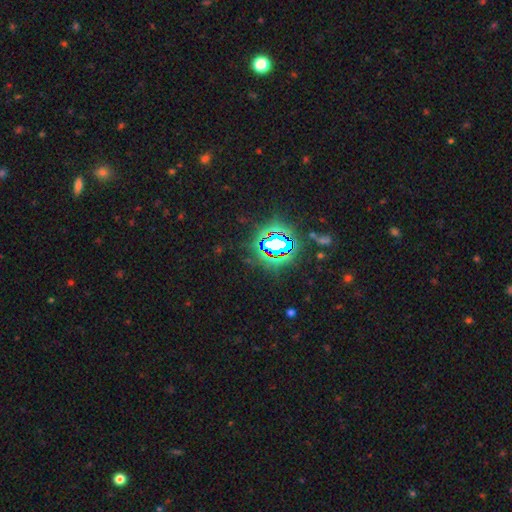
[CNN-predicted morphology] This appears to be a star or artifact, not a galaxy (83%).